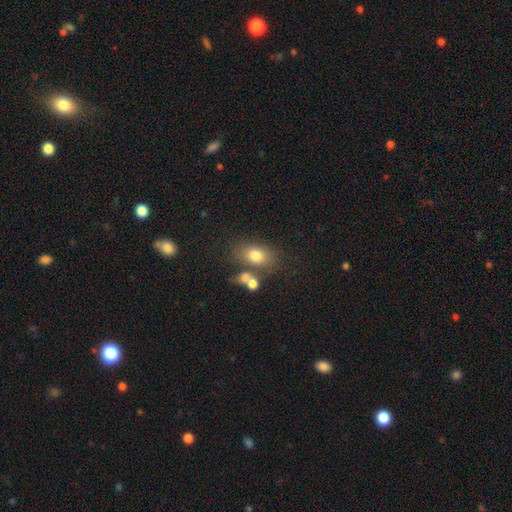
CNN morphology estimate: Smooth or featured? Predicted: smooth (p=0.76). How rounded? Predicted: in between (p=0.78). Merging? Predicted: none (p=0.58).